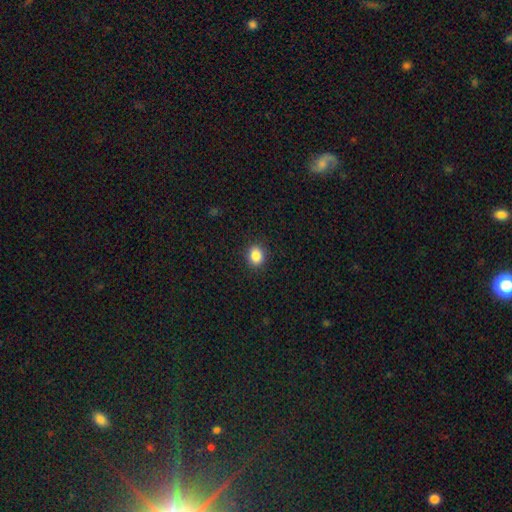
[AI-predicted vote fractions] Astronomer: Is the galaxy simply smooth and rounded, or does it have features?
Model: smooth — 86%.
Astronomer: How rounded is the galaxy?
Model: round — 65%.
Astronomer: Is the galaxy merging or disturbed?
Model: none — 90%.